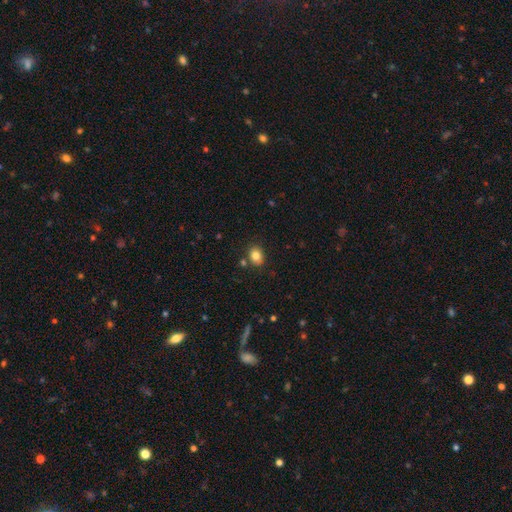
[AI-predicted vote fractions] A smooth galaxy with no disk features (83%) that is in between round and cigar-shaped (62%). Merging: none (80%).